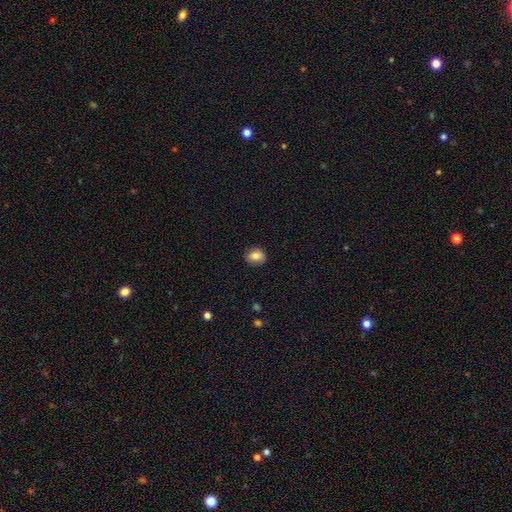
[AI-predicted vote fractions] Smooth or featured?
  - smooth: 83% *
  - star or artifact: 9%
  - featured or disk: 8%
How rounded?
  - round: 58% *
  - in between: 41%
  - cigar-shaped: 1%
Merging?
  - none: 87% *
  - minor disturbance: 10%
  - major disturbance: 2%
  - merger: 1%